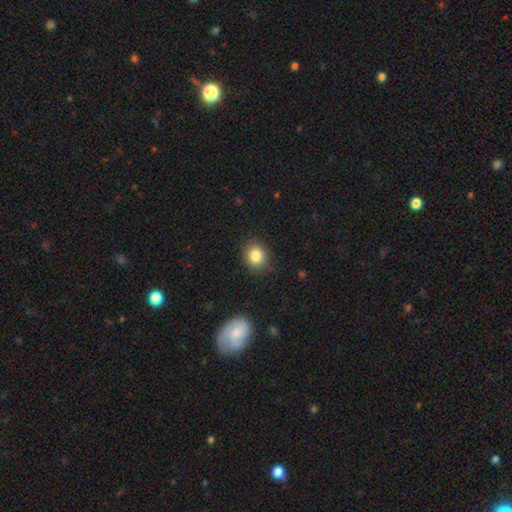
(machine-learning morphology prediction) A smooth galaxy with no disk features (83%) that is round (71%).

Vote fractions:
- Smooth or featured? smooth: 83% / star or artifact: 10% / featured or disk: 7%
- How rounded? round: 71% / in between: 28% / cigar-shaped: 1%
- Merging? none: 87% / minor disturbance: 10% / major disturbance: 3% / merger: 1%